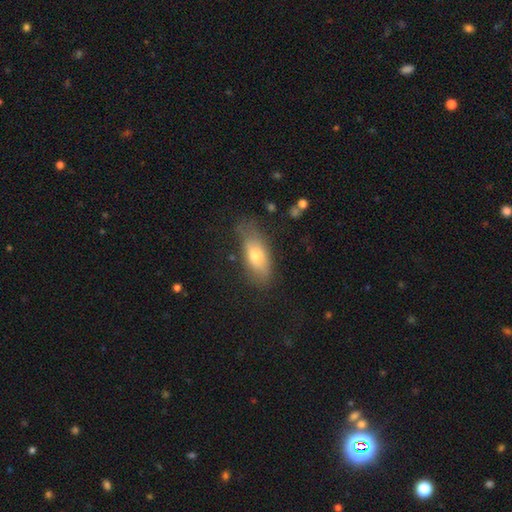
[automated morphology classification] Overall: smooth (66%). How rounded: in between (78%). Merging: none (63%; minor disturbance 26%).